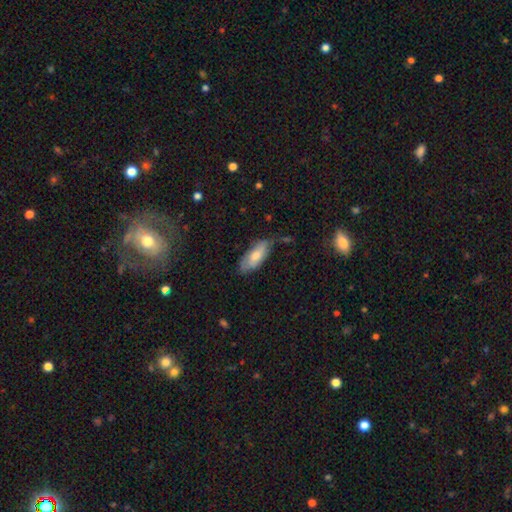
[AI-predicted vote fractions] Smooth or featured? Predicted: smooth (p=0.62). How rounded? Predicted: in between (p=0.78). Merging? Predicted: none (p=0.59).